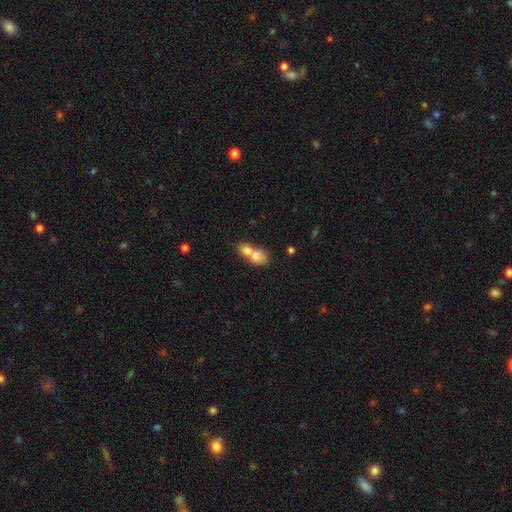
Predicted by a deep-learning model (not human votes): smooth 74%, featured or disk 18%, star or artifact 9%. Down the decision tree: how rounded — in between (58%); merging — merger (74%).